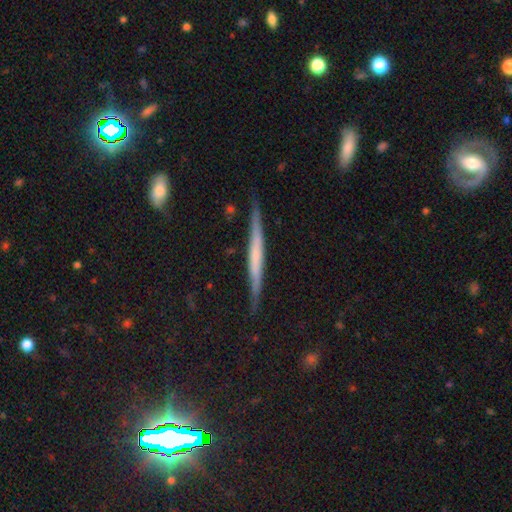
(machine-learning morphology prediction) smooth_or_featured: featured or disk (p=0.57) [alt: smooth p=0.35]
disk_edge_on: yes (p=0.95) [alt: no p=0.05]
edge_on_bulge: none (p=0.59) [alt: rounded p=0.25]
merging: none (p=0.82) [alt: minor disturbance p=0.14]